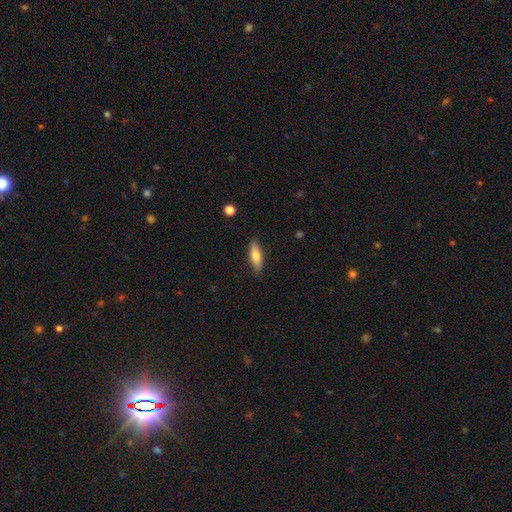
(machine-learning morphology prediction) A smooth galaxy with no disk features (70%) that is in between round and cigar-shaped (50%). Merging: none (86%).